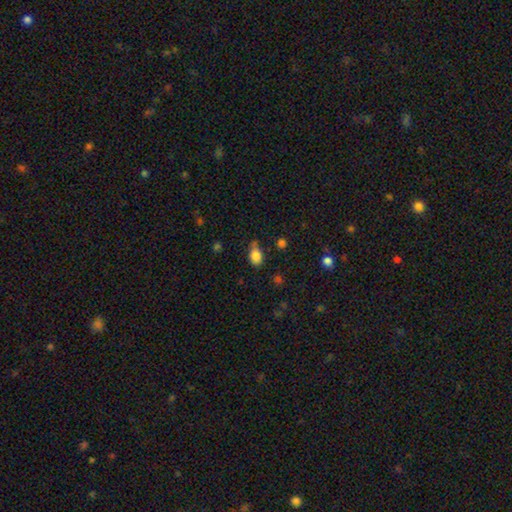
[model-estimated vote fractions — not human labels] smooth-or-featured: smooth: 84% | star or artifact: 10% | featured or disk: 6%
  how-rounded: in between: 76% | round: 22% | cigar-shaped: 2%
  merging: none: 53% | minor disturbance: 35% | major disturbance: 8% | merger: 4%